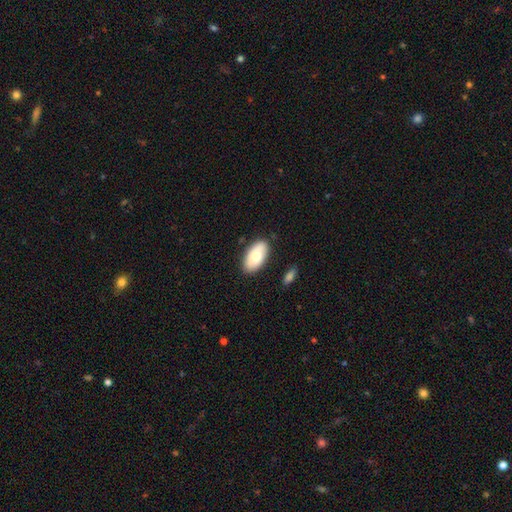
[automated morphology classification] Smooth or featured? Predicted: smooth (p=0.74). How rounded? Predicted: in between (p=0.95). Merging? Predicted: none (p=0.84).